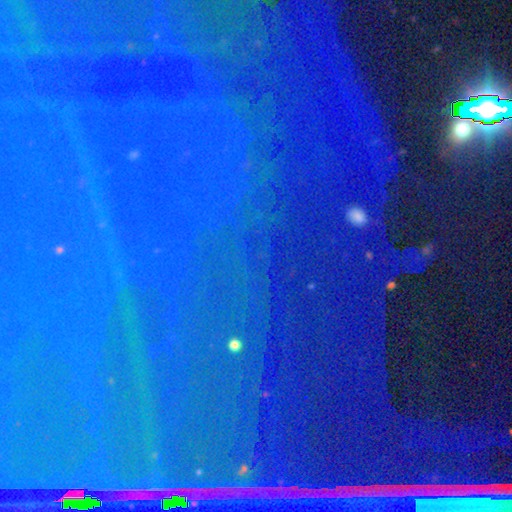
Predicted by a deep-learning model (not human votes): The model was most divided on "smooth or featured": star or artifact: 84%, featured or disk: 8%, smooth: 8%.